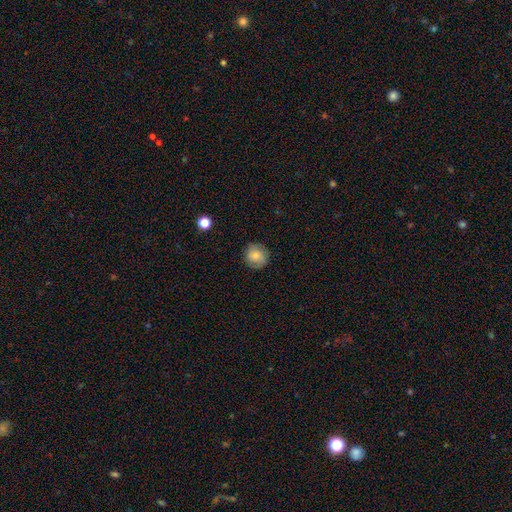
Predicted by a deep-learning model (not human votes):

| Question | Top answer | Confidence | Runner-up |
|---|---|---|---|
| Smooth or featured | smooth | 75% | featured or disk (17%) |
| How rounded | round | 90% | in between (9%) |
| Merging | none | 85% | minor disturbance (11%) |